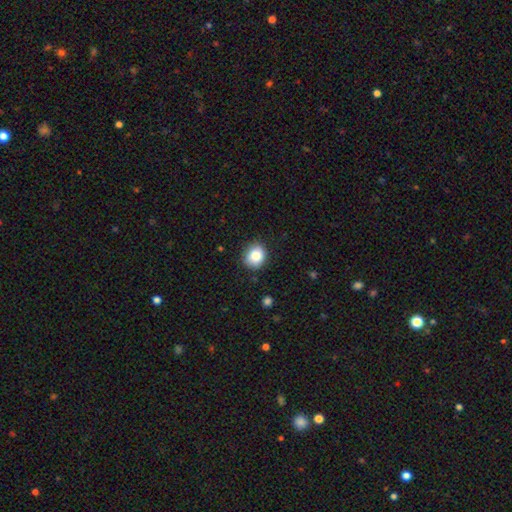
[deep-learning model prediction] smooth-or-featured: smooth: 84% | star or artifact: 9% | featured or disk: 7%
  how-rounded: round: 66% | in between: 33% | cigar-shaped: 1%
  merging: none: 84% | minor disturbance: 12% | major disturbance: 2% | merger: 1%